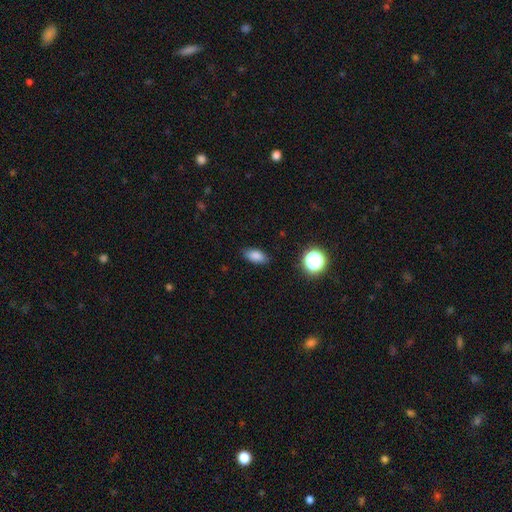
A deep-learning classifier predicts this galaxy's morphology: smooth_or_featured: smooth (p=0.84) [alt: star or artifact p=0.11]
how_rounded: in between (p=0.88) [alt: round p=0.07]
merging: none (p=0.86) [alt: minor disturbance p=0.11]